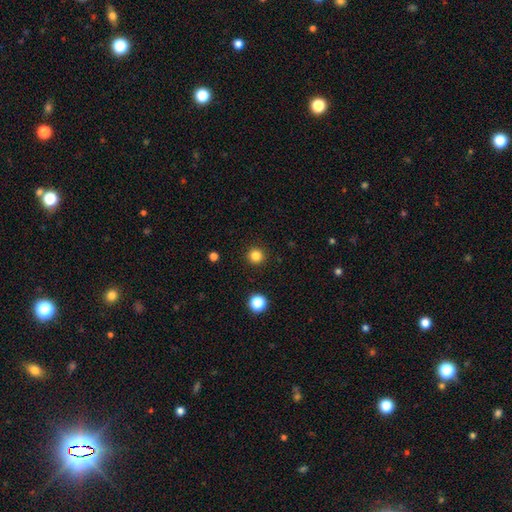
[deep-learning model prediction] The model was most divided on "smooth or featured": smooth: 83%, star or artifact: 13%, featured or disk: 4%. More confident: how rounded — round (96%); merging — none (93%).